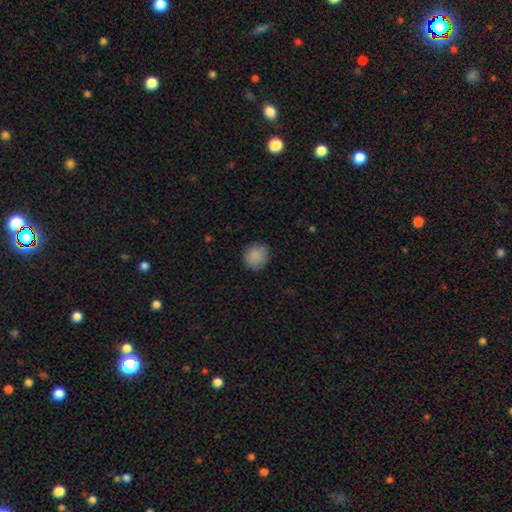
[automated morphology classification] Overall: smooth (87%). How rounded: round (87%). Merging: none (86%).